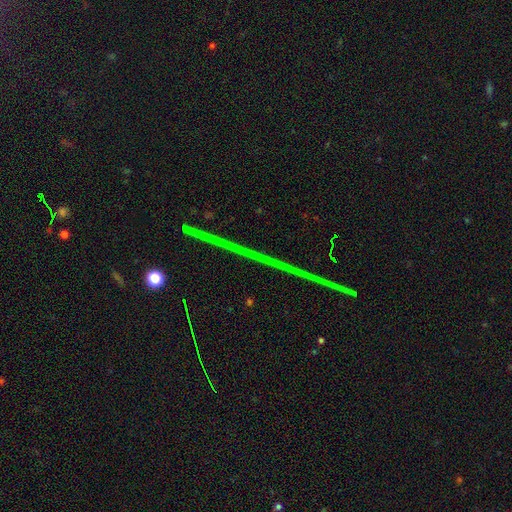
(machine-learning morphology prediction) smooth-or-featured: star or artifact: 79% | featured or disk: 13% | smooth: 8%